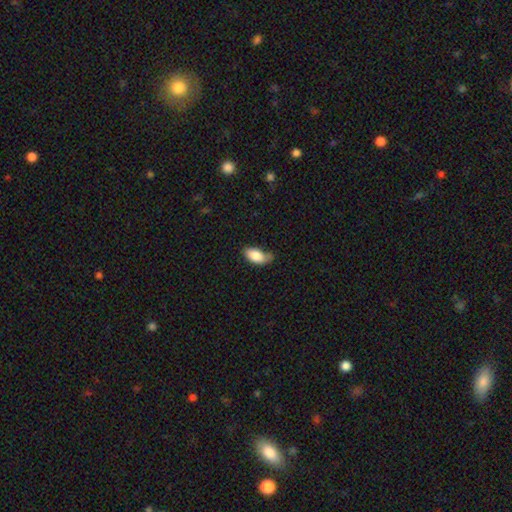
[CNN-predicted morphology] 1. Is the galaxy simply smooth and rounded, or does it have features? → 84% smooth, 9% featured or disk, 7% star or artifact.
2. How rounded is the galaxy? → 92% in between, 5% cigar-shaped, 3% round.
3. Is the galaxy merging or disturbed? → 52% none, 35% minor disturbance, 8% major disturbance, 5% merger.